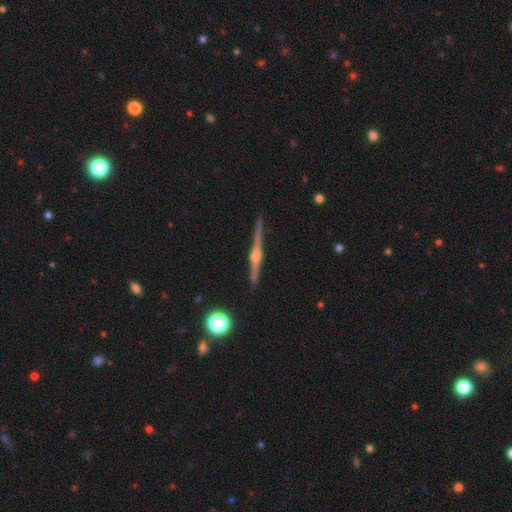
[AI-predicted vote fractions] A featured or disk galaxy (86%) viewed edge-on (99%) with a rounded central bulge (91%).

Vote fractions:
- Smooth or featured? featured or disk: 86% / smooth: 8% / star or artifact: 5%
- Edge-on disk? yes: 99% / no: 1%
- Edge-on bulge? rounded: 91% / boxy: 5% / none: 4%
- Merging? none: 92% / minor disturbance: 5% / major disturbance: 1% / merger: 1%